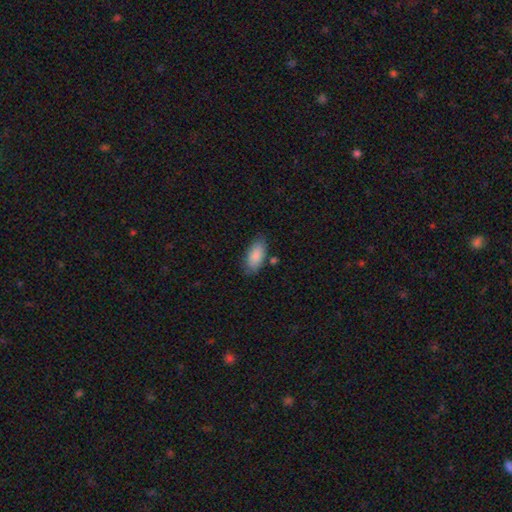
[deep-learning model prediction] This appears to be a smooth galaxy with no disk features (88%) that is in between round and cigar-shaped (89%). Merging: none (76%).